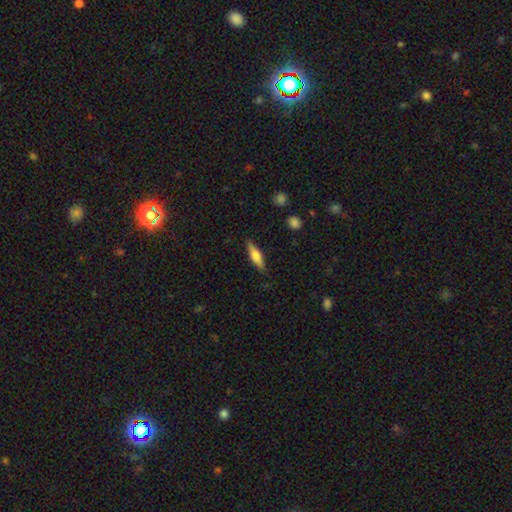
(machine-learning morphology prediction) Smooth or featured?
  - smooth: 57% *
  - featured or disk: 37%
  - star or artifact: 6%
How rounded?
  - cigar-shaped: 64% *
  - in between: 34%
  - round: 2%
Merging?
  - none: 85% *
  - minor disturbance: 11%
  - major disturbance: 2%
  - merger: 1%